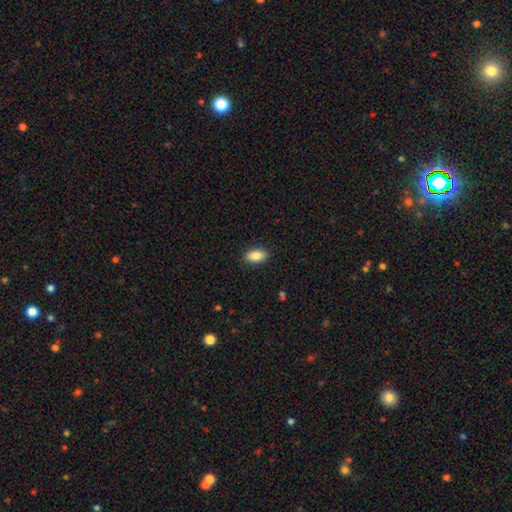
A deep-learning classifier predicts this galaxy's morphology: Smooth or featured: smooth — 87% (star or artifact — 7%)
How rounded: in between — 91% (round — 5%)
Merging: none — 88% (minor disturbance — 9%)